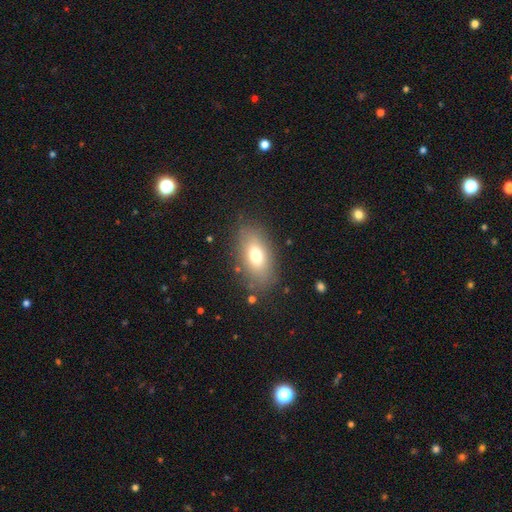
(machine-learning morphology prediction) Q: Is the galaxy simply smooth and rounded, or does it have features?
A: smooth — 73%.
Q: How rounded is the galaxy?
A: in between — 88%.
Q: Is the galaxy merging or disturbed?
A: none — 82%.